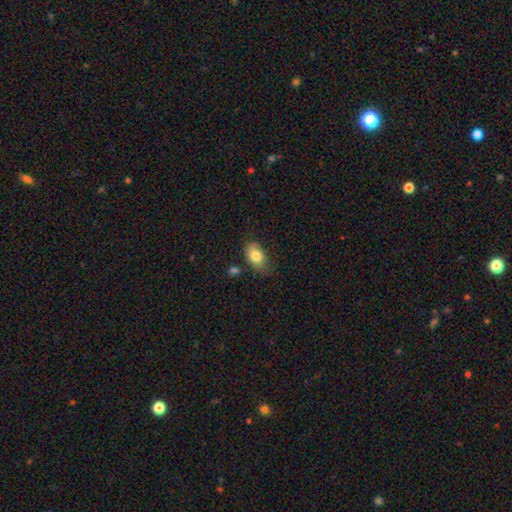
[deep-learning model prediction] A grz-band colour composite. It shows a smooth galaxy with no disk features (80%) that is in between round and cigar-shaped (89%). Merging: none (63%).